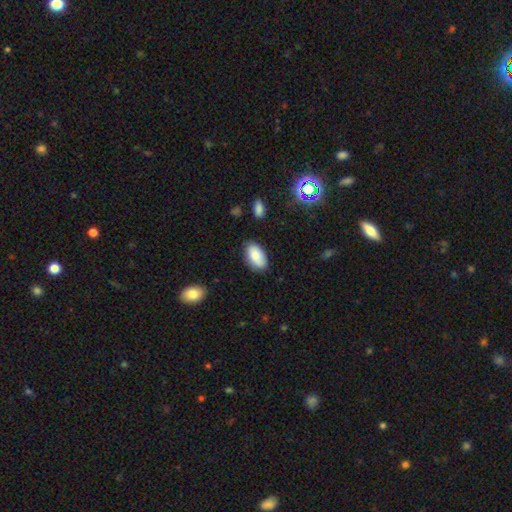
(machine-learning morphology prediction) Overall: smooth (84%). How rounded: in between (95%). Merging: none (82%).